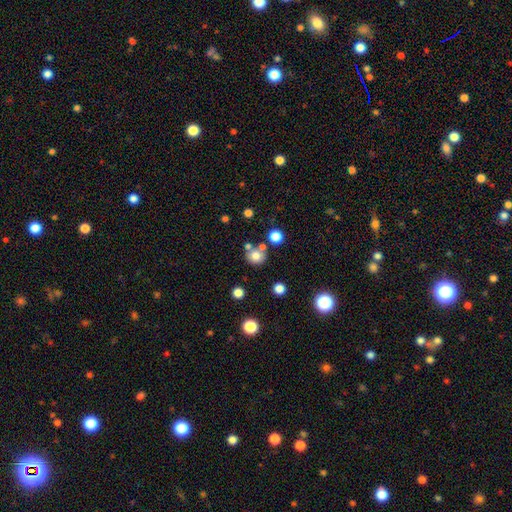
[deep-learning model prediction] This is likely a smooth galaxy (76%). How rounded: clearly round (87%). Merging: likely none (66%).